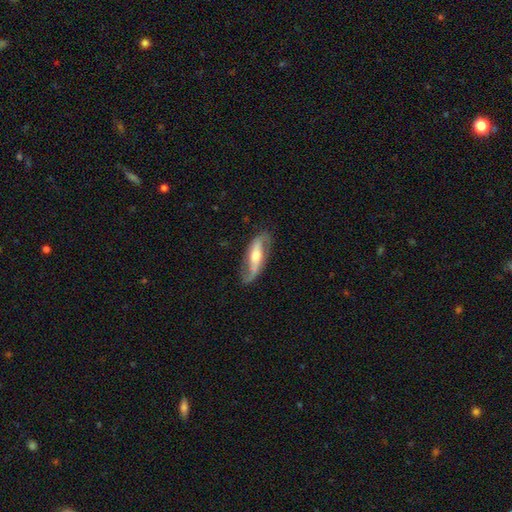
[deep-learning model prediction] Smooth or featured? featured or disk (79%)
Edge-on disk? no (83%)
Bar? strong (37%)
Spiral arms? yes (92%)
Spiral winding? loose (58%)
Spiral arm count? 2 (88%)
Bulge size? moderate (63%)
Merging? none (75%)